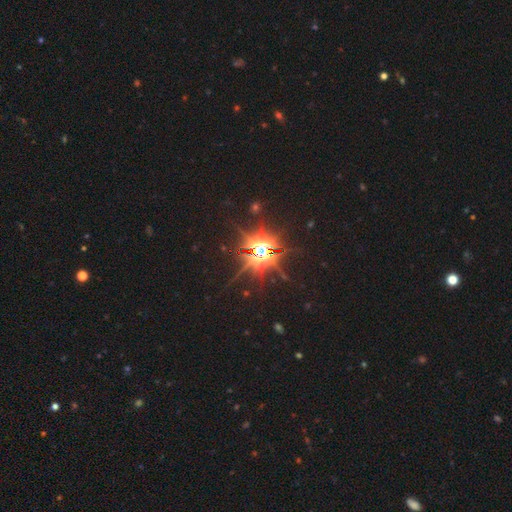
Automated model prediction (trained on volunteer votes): A star or artifact, not a galaxy (82%).

Vote fractions:
- Smooth or featured? star or artifact: 82% / featured or disk: 10% / smooth: 8%